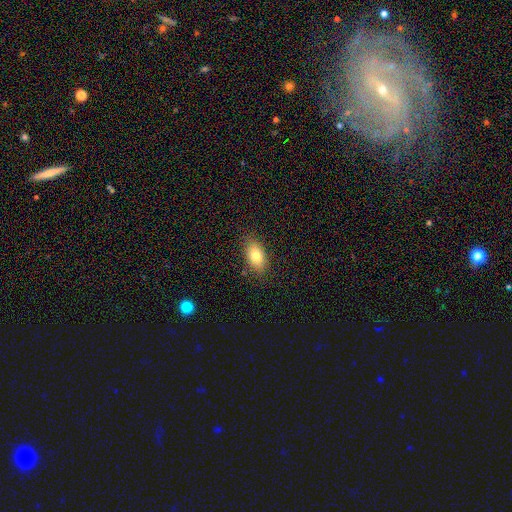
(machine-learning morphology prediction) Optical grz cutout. It shows a smooth galaxy with no disk features (79%) that is in between round and cigar-shaped (90%). Merging: none (86%).